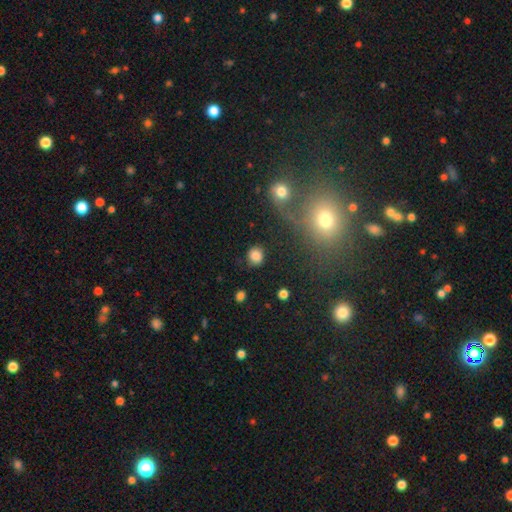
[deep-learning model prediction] A smooth galaxy with no disk features (84%) that is round (80%). Merging: none (81%).